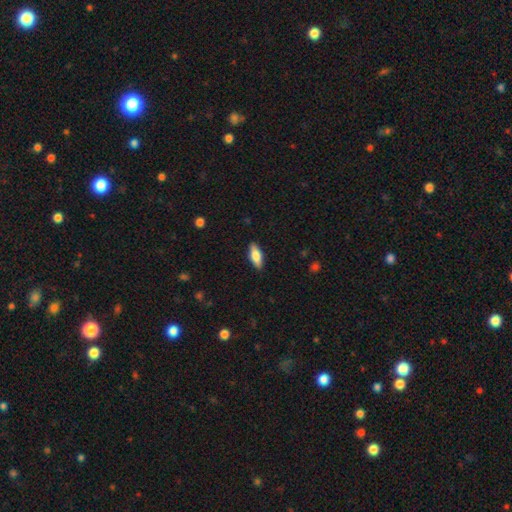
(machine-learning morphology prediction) type=smooth (75%); roundness=in between (72%); merging=none (88%).